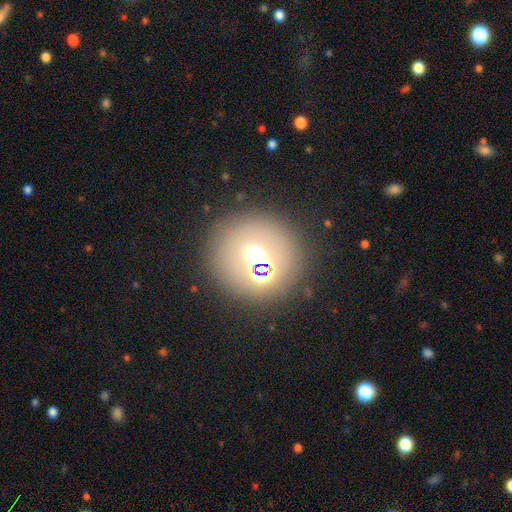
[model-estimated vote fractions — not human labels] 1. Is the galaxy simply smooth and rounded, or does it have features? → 48% smooth, 32% star or artifact, 20% featured or disk.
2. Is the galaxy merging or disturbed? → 81% none, 8% minor disturbance, 5% merger, 5% major disturbance.